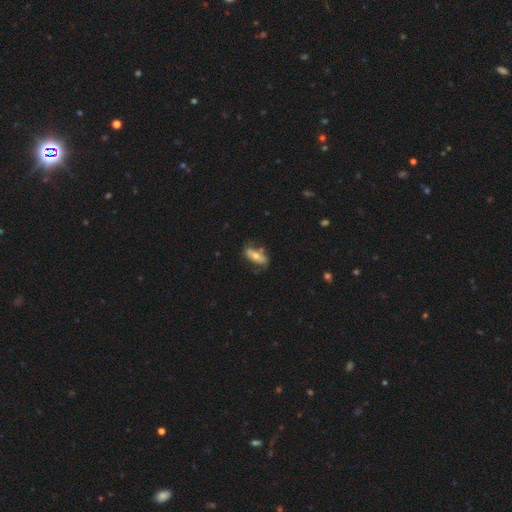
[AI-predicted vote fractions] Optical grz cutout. It shows a smooth galaxy with no disk features (49%). Merging: none (60%).